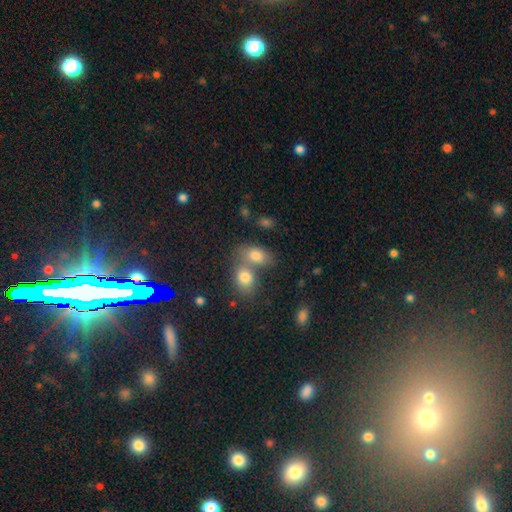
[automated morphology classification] The model was most divided on "merging": merger: 57%, none: 31%, minor disturbance: 8%, major disturbance: 4%. More confident: how rounded — in between (85%); smooth or featured — smooth (78%).